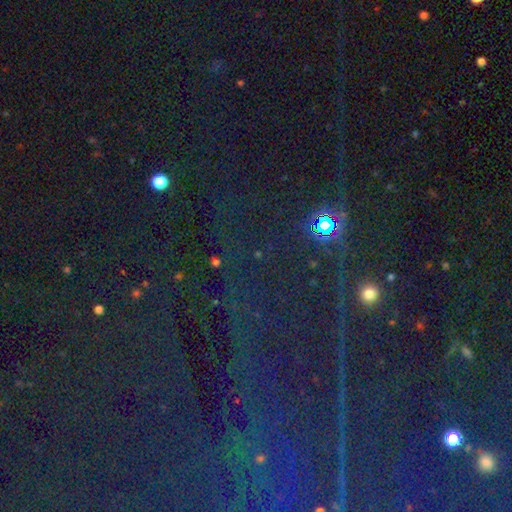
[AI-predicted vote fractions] star or artifact 84%, smooth 9%, featured or disk 7%.